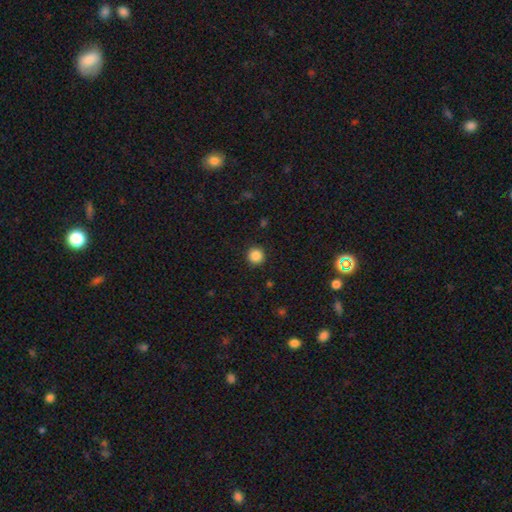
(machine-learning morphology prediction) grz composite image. It shows a smooth galaxy with no disk features (87%) that is round (95%). Merging: none (92%).